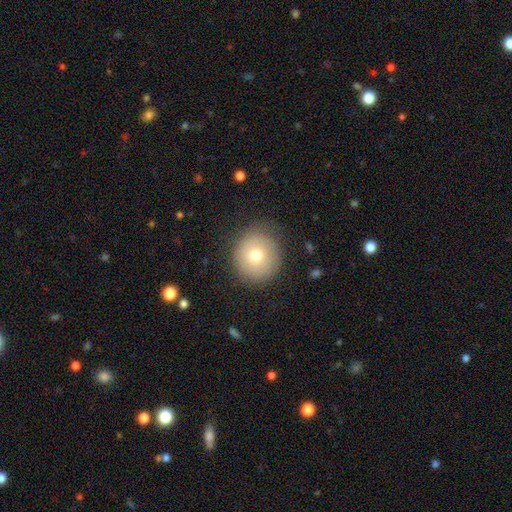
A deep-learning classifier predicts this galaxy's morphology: This appears to be a smooth galaxy with no disk features (72%) that is round (92%). Merging: none (81%).